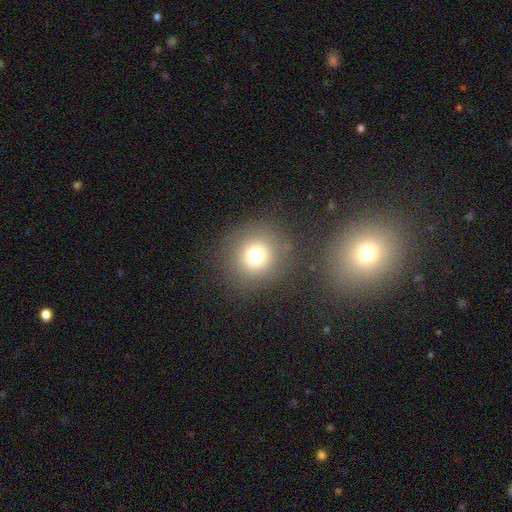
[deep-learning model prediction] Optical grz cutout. It shows a smooth galaxy with no disk features (73%) that is round (93%). Merging: none (81%).